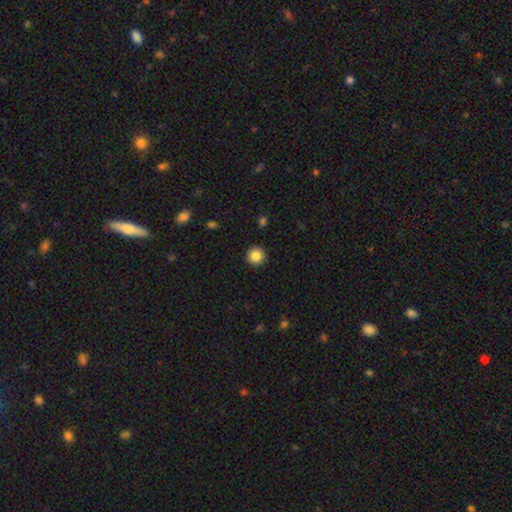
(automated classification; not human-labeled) Smooth or featured? smooth (86%)
How rounded? round (96%)
Merging? none (93%)